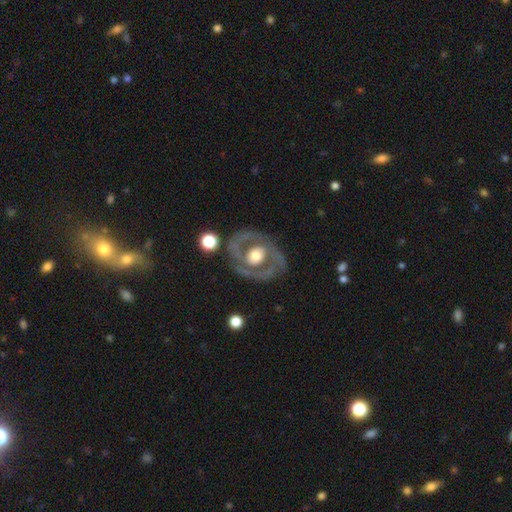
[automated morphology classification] Overall: featured or disk (74%). Edge-on disk: no (96%). Bar: no (71%). Spiral arms: yes (50%, tied with no). Bulge size: moderate (52%; large 38%). Merging: none (72%).